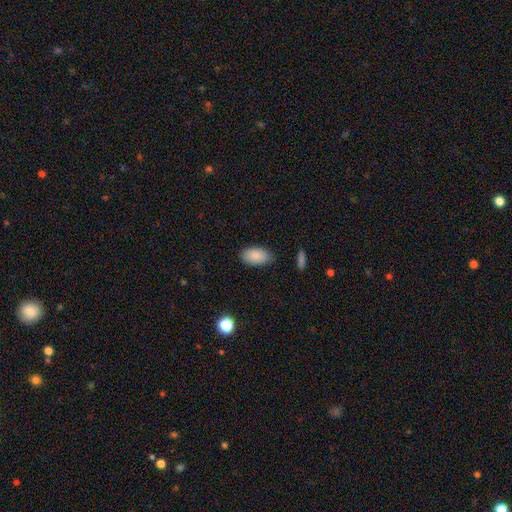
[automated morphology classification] Q: Smooth or featured?
A: smooth (87%); runner-up: star or artifact (7%)
Q: How rounded?
A: in between (94%); runner-up: round (4%)
Q: Merging?
A: none (84%); runner-up: minor disturbance (12%)